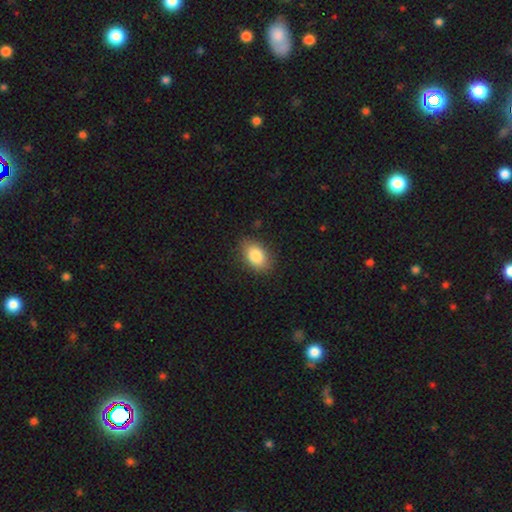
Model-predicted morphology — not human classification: Overall: smooth (84%). How rounded: in between (87%). Merging: none (85%).